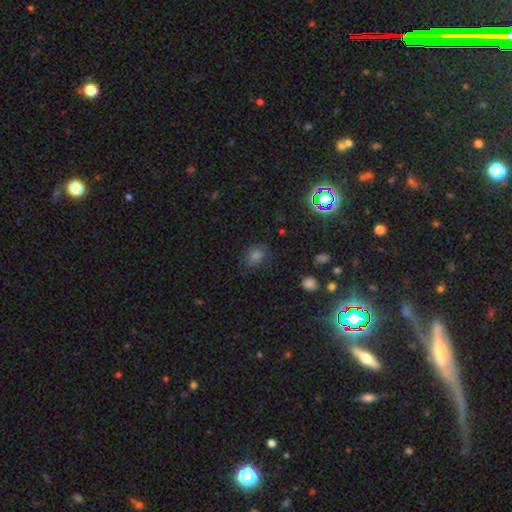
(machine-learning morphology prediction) Smooth or featured? Predicted: smooth (p=0.59). How rounded? Predicted: in between (p=0.50). Merging? Predicted: none (p=0.81).